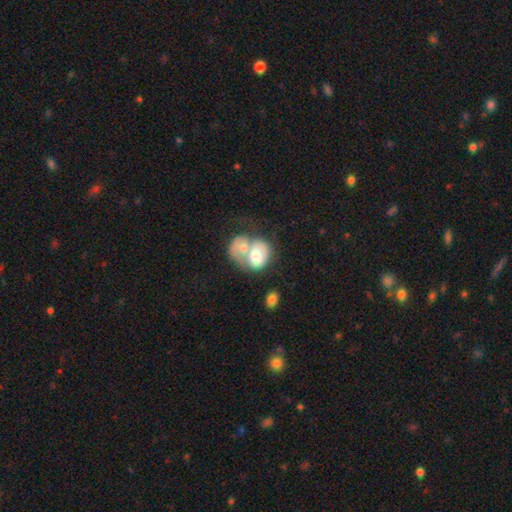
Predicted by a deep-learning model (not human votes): This is possibly a smooth galaxy (59%). How rounded: possibly in between (52%). Merging: likely merger (74%).